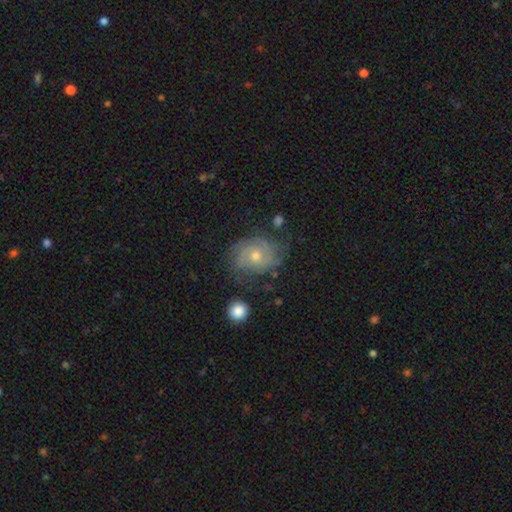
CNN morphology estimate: A featured or disk galaxy (74%) with no bar (75%), 2 (36%) tight (57%) spiral arms (89%) and a moderate central bulge (65%).

Vote fractions:
- Smooth or featured? featured or disk: 74% / smooth: 18% / star or artifact: 8%
- Edge-on disk? no: 97% / yes: 3%
- Bar? no: 75% / weak: 21% / strong: 3%
- Spiral arms? yes: 89% / no: 11%
- Spiral winding? tight: 57% / medium: 33% / loose: 11%
- Spiral arm count? 2: 36% / can't tell: 32% / 3: 18% / 4: 5% / 1: 5% / more than 4: 4%
- Bulge size? moderate: 65% / small: 30% / large: 3% / none: 1% / dominant: 1%
- Merging? none: 68% / minor disturbance: 21% / major disturbance: 9% / merger: 2%